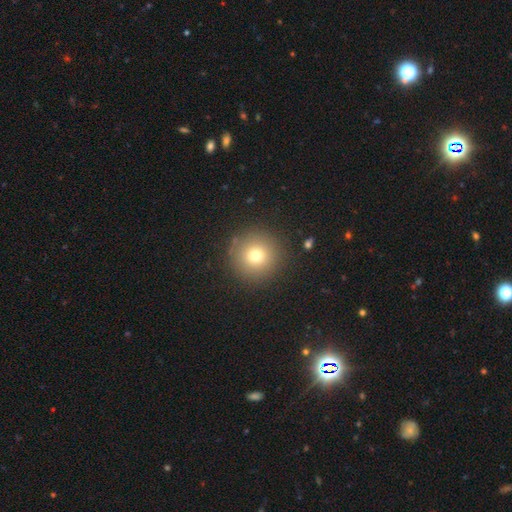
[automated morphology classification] Smooth or featured? smooth (75%)
How rounded? round (96%)
Merging? none (89%)